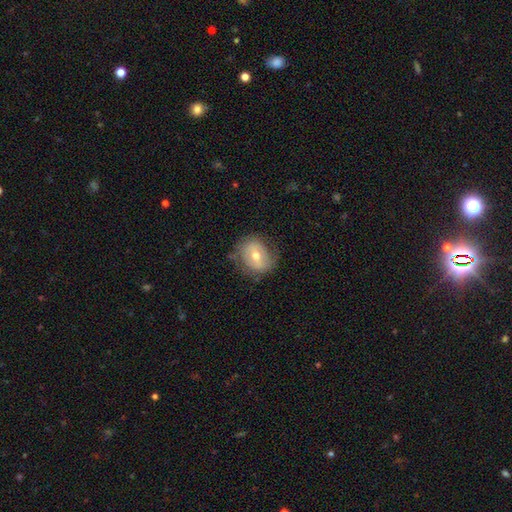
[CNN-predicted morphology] Smooth or featured?
  - smooth: 47% *
  - featured or disk: 46%
  - star or artifact: 7%
Merging?
  - none: 67% *
  - minor disturbance: 22%
  - major disturbance: 9%
  - merger: 1%